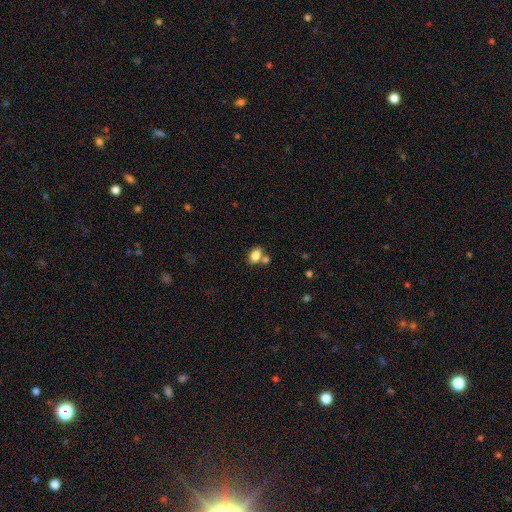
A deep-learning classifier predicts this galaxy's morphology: Smooth or featured?
  - smooth: 83% *
  - star or artifact: 9%
  - featured or disk: 7%
How rounded?
  - in between: 83% *
  - round: 15%
  - cigar-shaped: 2%
Merging?
  - none: 54% *
  - merger: 31%
  - minor disturbance: 11%
  - major disturbance: 4%